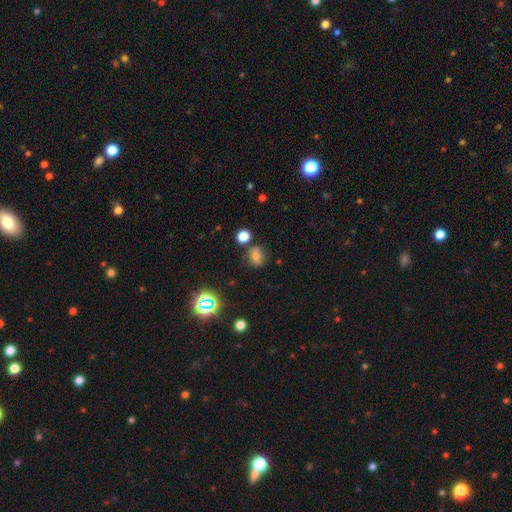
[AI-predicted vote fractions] Morphology: type=smooth (64%); roundness=round (66%); merging=none (72%).